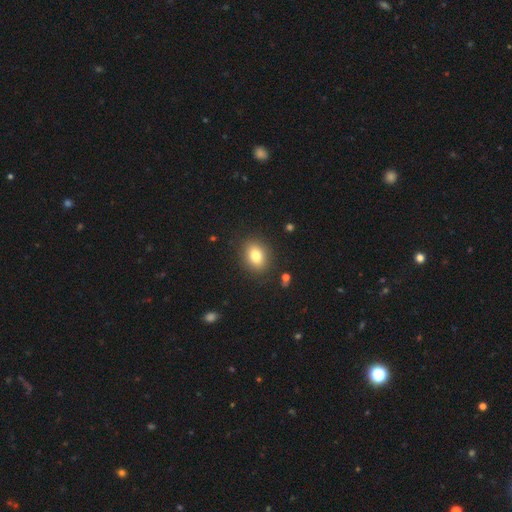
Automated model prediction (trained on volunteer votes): A smooth galaxy with no disk features (80%) that is in between round and cigar-shaped (60%). Merging: none (87%).